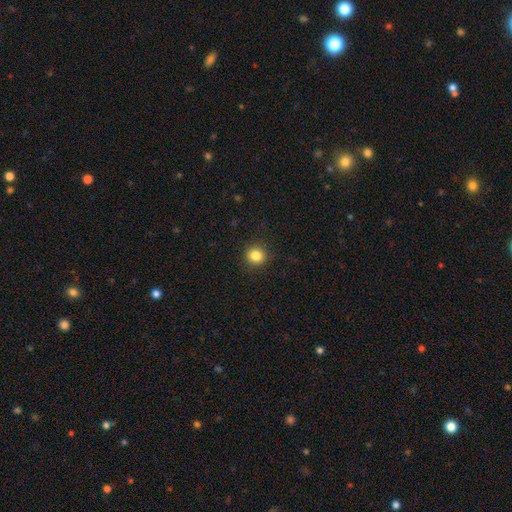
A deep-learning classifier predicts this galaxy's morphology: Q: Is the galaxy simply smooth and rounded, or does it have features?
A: smooth — 84%.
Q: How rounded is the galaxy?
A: round — 90%.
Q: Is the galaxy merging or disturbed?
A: none — 91%.